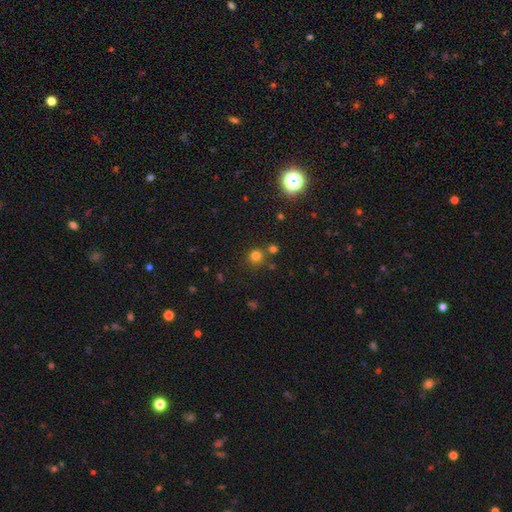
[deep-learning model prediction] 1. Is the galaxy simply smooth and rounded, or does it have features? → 75% smooth, 19% star or artifact, 6% featured or disk.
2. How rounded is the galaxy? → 92% round, 7% in between, 1% cigar-shaped.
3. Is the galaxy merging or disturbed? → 73% none, 15% merger, 8% minor disturbance, 3% major disturbance.